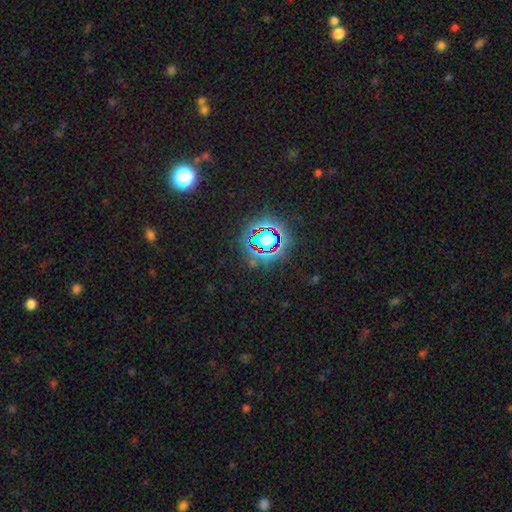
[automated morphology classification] Smooth or featured? star or artifact (77%)